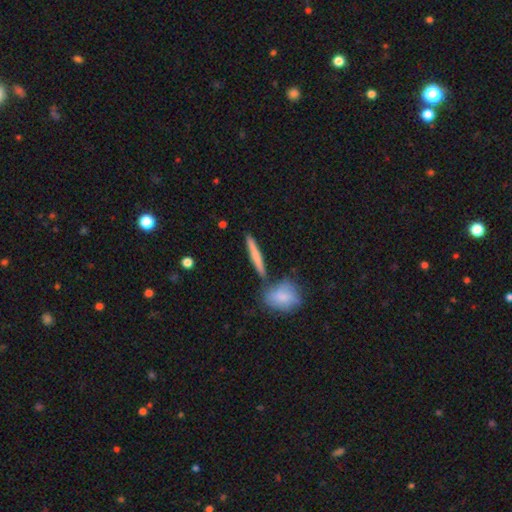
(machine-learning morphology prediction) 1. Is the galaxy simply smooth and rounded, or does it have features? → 62% smooth, 32% featured or disk, 6% star or artifact.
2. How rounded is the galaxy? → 88% cigar-shaped, 8% in between, 3% round.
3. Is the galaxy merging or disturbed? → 77% none, 11% merger, 9% minor disturbance, 3% major disturbance.